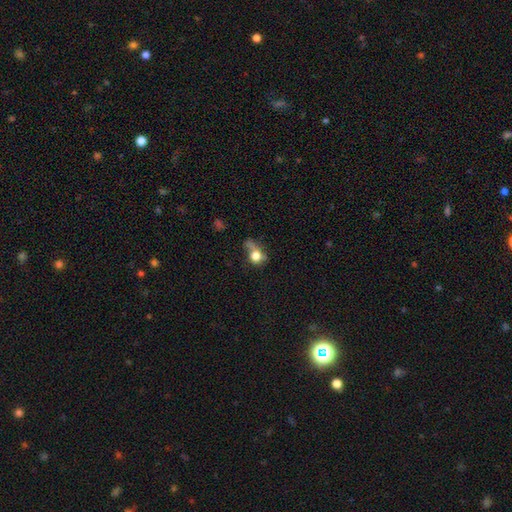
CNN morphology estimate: type=smooth (70%); roundness=round (62%); merging=major disturbance (34%).